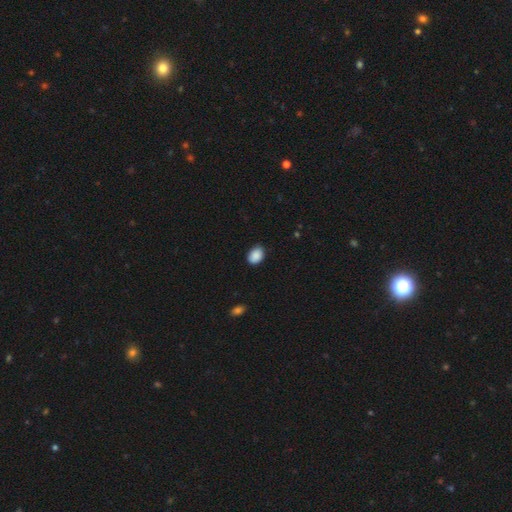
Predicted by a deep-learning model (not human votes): smooth_or_featured: smooth (p=0.90) [alt: star or artifact p=0.07]
how_rounded: in between (p=0.72) [alt: round p=0.27]
merging: none (p=0.84) [alt: minor disturbance p=0.13]